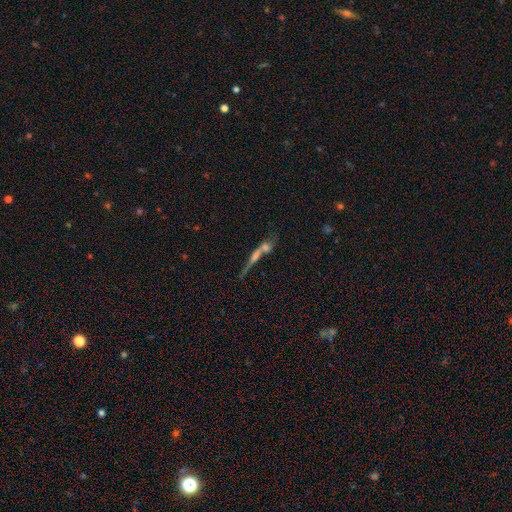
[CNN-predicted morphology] Q: Smooth or featured?
A: featured or disk (54%); runner-up: smooth (31%)
Q: Edge-on disk?
A: yes (72%); runner-up: no (28%)
Q: Merging?
A: merger (48%); runner-up: none (34%)